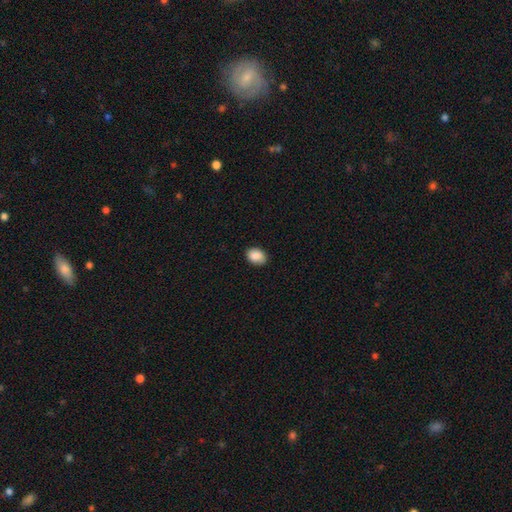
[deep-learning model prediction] smooth-or-featured: smooth: 89% | star or artifact: 7% | featured or disk: 4%
  how-rounded: in between: 69% | round: 30% | cigar-shaped: 1%
  merging: none: 86% | minor disturbance: 11% | major disturbance: 2% | merger: 1%